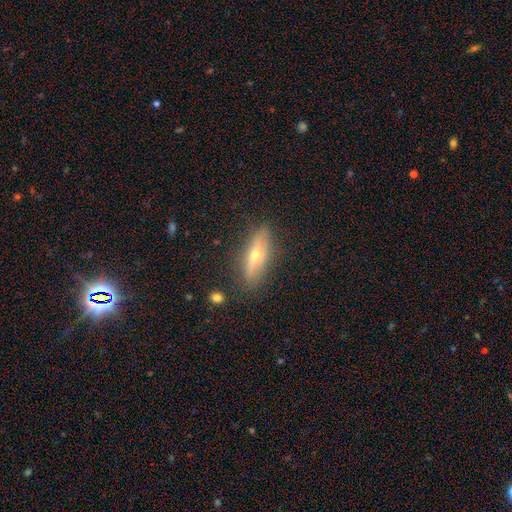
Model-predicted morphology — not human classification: This is possibly a featured or disk galaxy (57%). It is clearly viewed edge-on (82%). Merging: clearly none (84%).